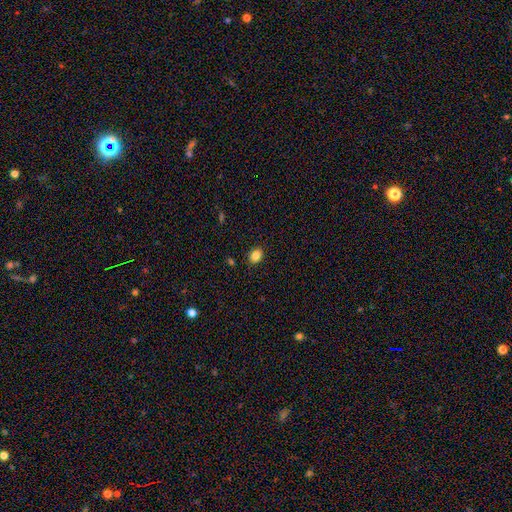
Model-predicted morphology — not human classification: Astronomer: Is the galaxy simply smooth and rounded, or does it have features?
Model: smooth — 85%.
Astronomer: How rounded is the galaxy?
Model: in between — 63%.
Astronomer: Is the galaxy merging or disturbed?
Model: none — 87%.